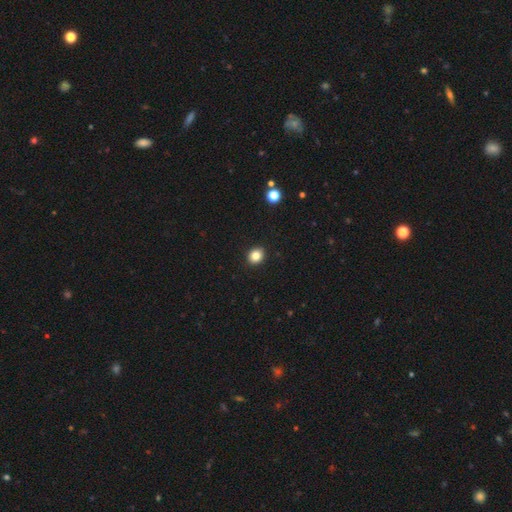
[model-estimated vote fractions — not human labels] Smooth or featured? Predicted: smooth (p=0.84). How rounded? Predicted: round (p=0.66). Merging? Predicted: none (p=0.92).